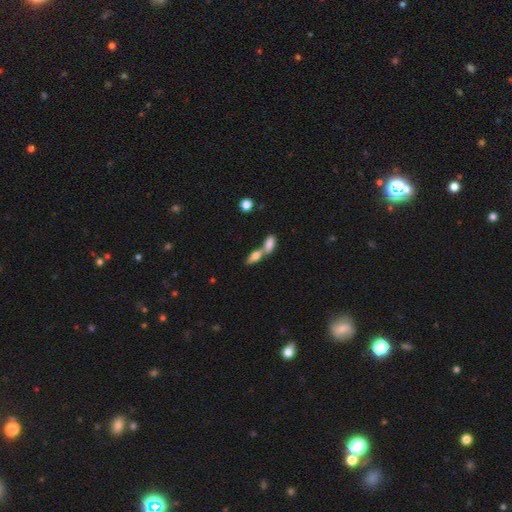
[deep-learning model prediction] smooth_or_featured: smooth (p=0.69) [alt: featured or disk p=0.22]
how_rounded: in between (p=0.72) [alt: cigar-shaped p=0.23]
merging: merger (p=0.64) [alt: none p=0.26]